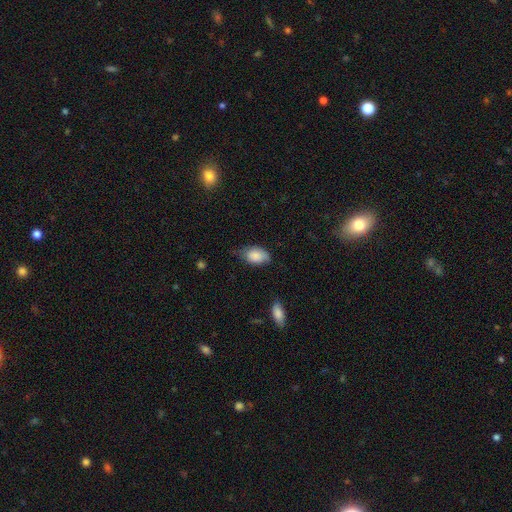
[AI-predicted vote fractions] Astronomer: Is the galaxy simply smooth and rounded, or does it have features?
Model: smooth — 85%.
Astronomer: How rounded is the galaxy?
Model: in between — 90%.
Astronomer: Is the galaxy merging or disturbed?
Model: none — 54% (runner-up: minor disturbance, 37%).